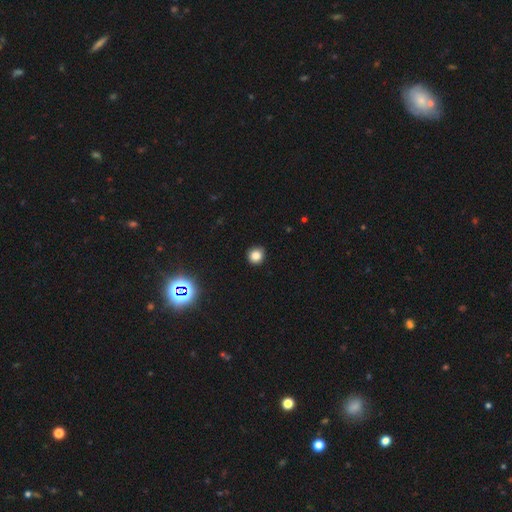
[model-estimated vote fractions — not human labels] Morphology: type=smooth (82%); roundness=round (89%); merging=none (91%).